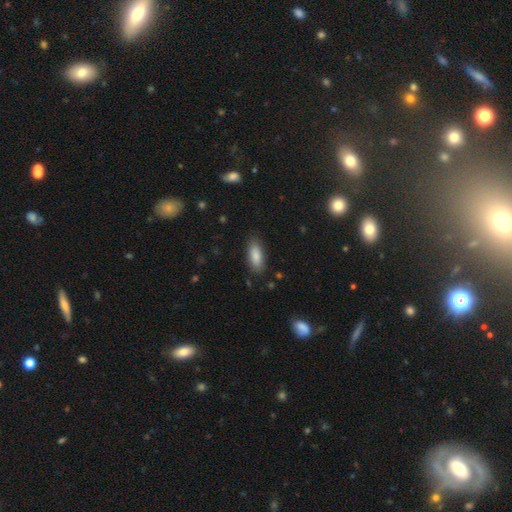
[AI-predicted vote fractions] Smooth or featured? smooth (86%)
How rounded? in between (81%)
Merging? none (83%)